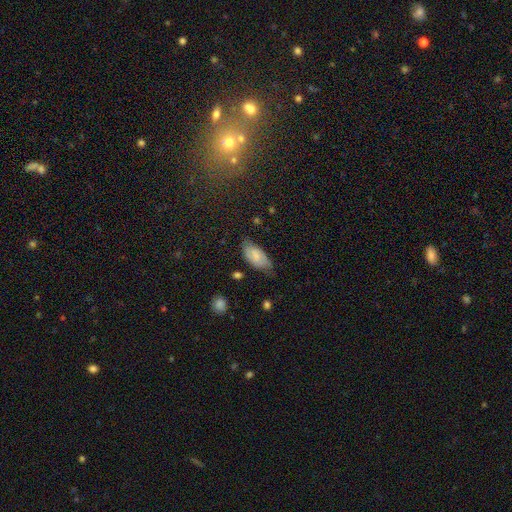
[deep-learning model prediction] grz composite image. It shows a smooth galaxy with no disk features (65%) that is in between round and cigar-shaped (92%). Merging: none (59%).